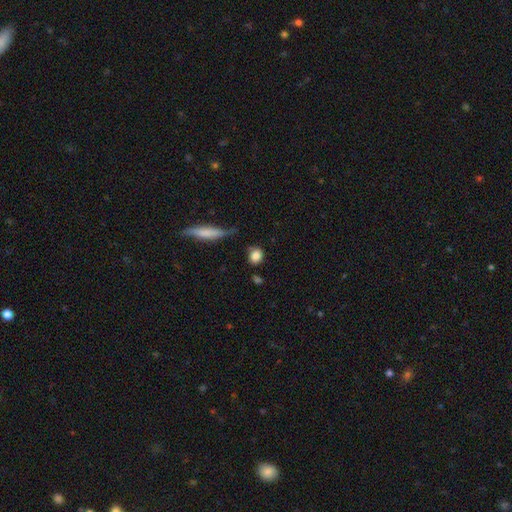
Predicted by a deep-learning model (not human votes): Q: Smooth or featured?
A: smooth (83%); runner-up: star or artifact (8%)
Q: How rounded?
A: round (59%); runner-up: in between (38%)
Q: Merging?
A: none (76%); runner-up: minor disturbance (15%)